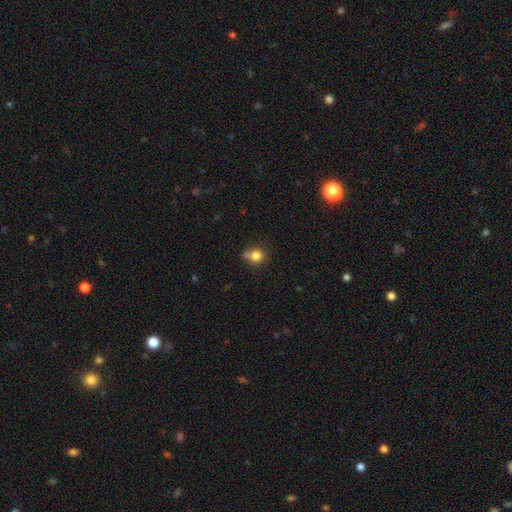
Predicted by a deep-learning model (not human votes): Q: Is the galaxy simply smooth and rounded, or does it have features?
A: smooth — 80%.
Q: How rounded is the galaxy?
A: round — 80%.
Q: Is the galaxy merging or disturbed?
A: none — 52%.